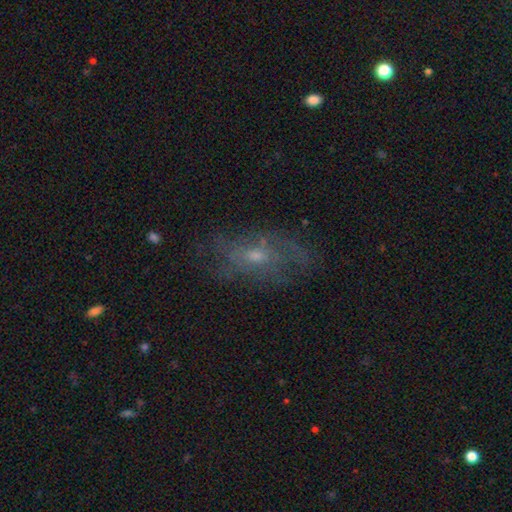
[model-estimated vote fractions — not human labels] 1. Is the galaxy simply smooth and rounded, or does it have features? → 60% featured or disk, 28% smooth, 12% star or artifact.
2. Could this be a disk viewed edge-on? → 91% no, 9% yes.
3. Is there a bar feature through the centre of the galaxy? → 71% no, 25% weak, 4% strong.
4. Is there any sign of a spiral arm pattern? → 57% yes, 43% no.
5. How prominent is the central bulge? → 56% small, 36% moderate, 4% none, 2% large, 1% dominant.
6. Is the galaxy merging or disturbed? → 61% none, 21% minor disturbance, 16% major disturbance, 2% merger.